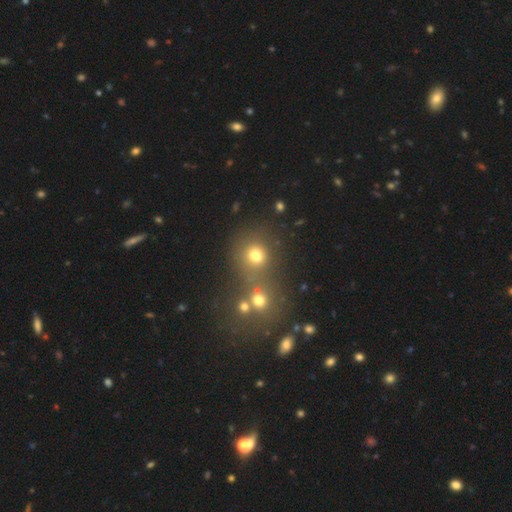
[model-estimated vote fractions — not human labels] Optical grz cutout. It shows a smooth galaxy with no disk features (71%) that is round (79%). Merging: none (49%).